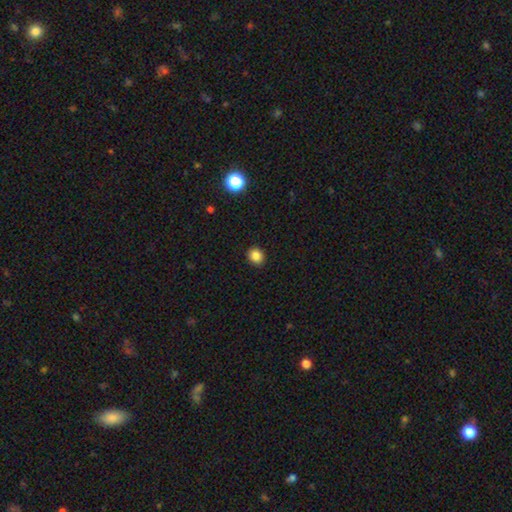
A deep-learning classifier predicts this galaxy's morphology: Smooth or featured?
  - smooth: 85% *
  - star or artifact: 11%
  - featured or disk: 4%
How rounded?
  - round: 77% *
  - in between: 22%
  - cigar-shaped: 1%
Merging?
  - none: 91% *
  - minor disturbance: 6%
  - major disturbance: 2%
  - merger: 1%